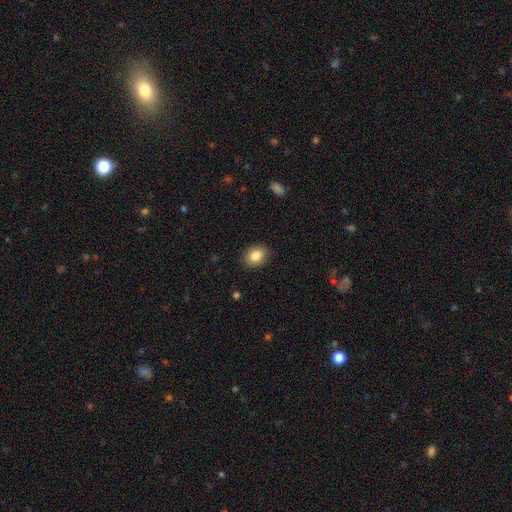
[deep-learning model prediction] smooth 85%, star or artifact 8%, featured or disk 6%. Down the decision tree: how rounded — in between (54%); merging — none (89%).